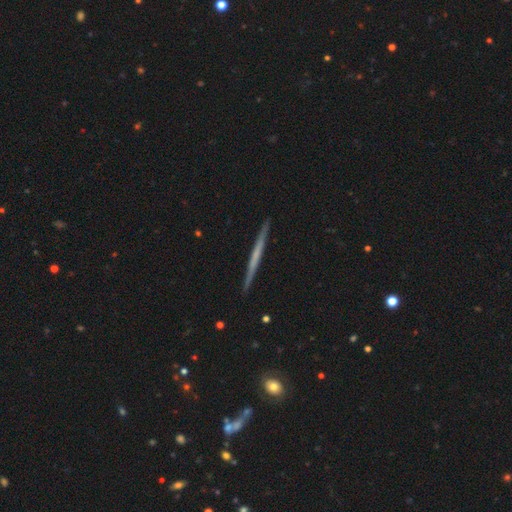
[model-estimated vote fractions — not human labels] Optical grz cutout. It shows a featured or disk galaxy (58%) viewed edge-on (98%) with no central bulge (88%). Merging: none (92%).